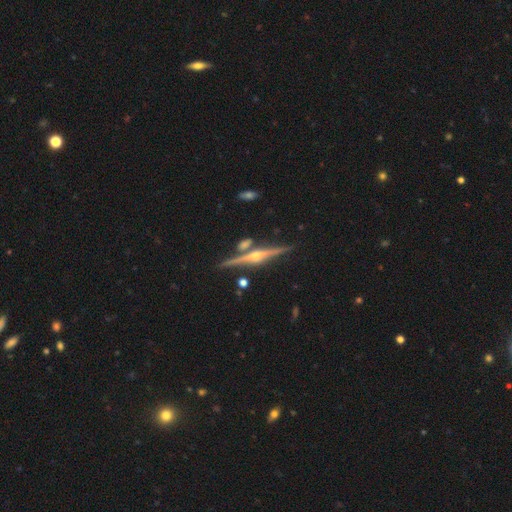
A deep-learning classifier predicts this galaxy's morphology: The model was most divided on "merging": none: 82%, merger: 8%, minor disturbance: 8%, major disturbance: 2%. More confident: edge-on disk — yes (98%); edge-on bulge — rounded (91%); smooth or featured — featured or disk (85%).